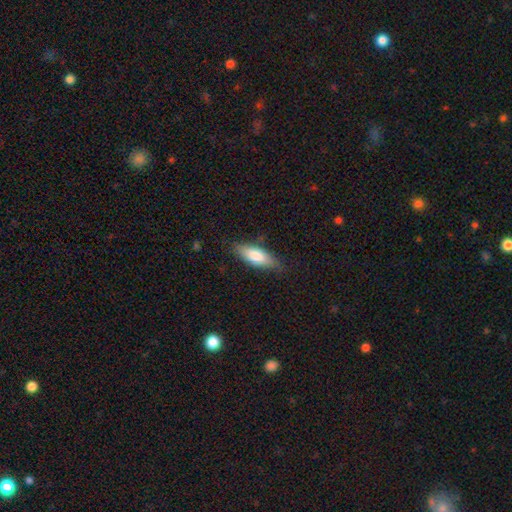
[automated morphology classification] smooth-or-featured: smooth: 78% | featured or disk: 16% | star or artifact: 6%
  how-rounded: in between: 68% | cigar-shaped: 30% | round: 2%
  merging: none: 76% | minor disturbance: 19% | major disturbance: 4% | merger: 1%